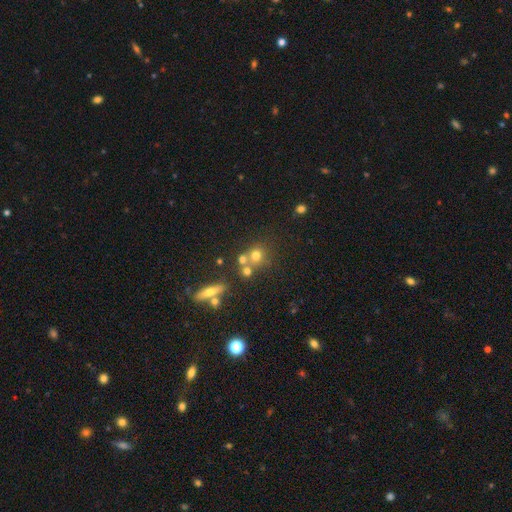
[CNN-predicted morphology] The model was most divided on "merging": none: 49%, merger: 36%, minor disturbance: 10%, major disturbance: 5%. More confident: how rounded — round (82%); smooth or featured — smooth (65%).